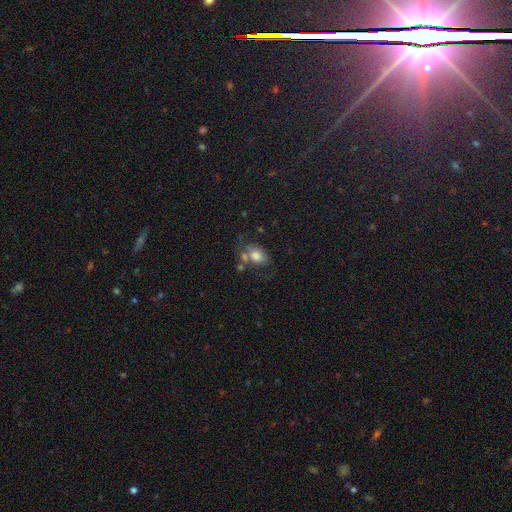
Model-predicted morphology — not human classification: smooth-or-featured: smooth: 70% | featured or disk: 20% | star or artifact: 11%
  how-rounded: in between: 72% | round: 27% | cigar-shaped: 1%
  merging: none: 39% | merger: 22% | minor disturbance: 22% | major disturbance: 17%